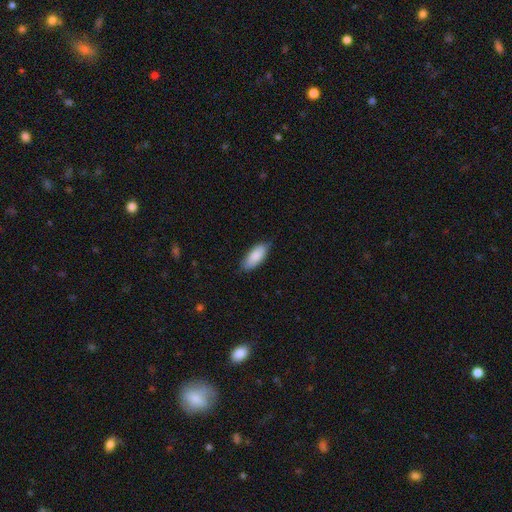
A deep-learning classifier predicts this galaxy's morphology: smooth_or_featured: smooth (p=0.86) [alt: featured or disk p=0.09]
how_rounded: in between (p=0.80) [alt: cigar-shaped p=0.18]
merging: none (p=0.78) [alt: minor disturbance p=0.18]